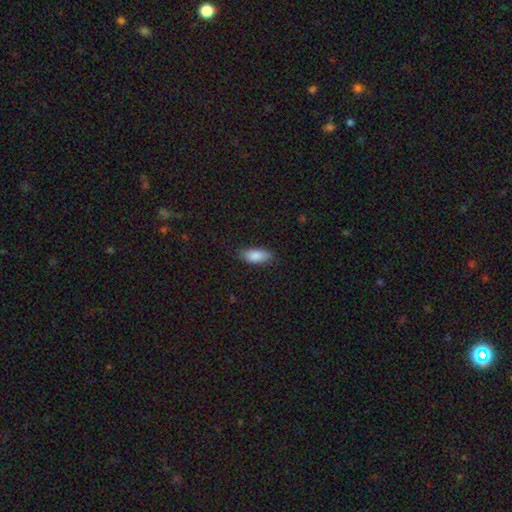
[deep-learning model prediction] smooth_or_featured: smooth (p=0.87) [alt: featured or disk p=0.07]
how_rounded: in between (p=0.83) [alt: cigar-shaped p=0.14]
merging: none (p=0.81) [alt: minor disturbance p=0.15]